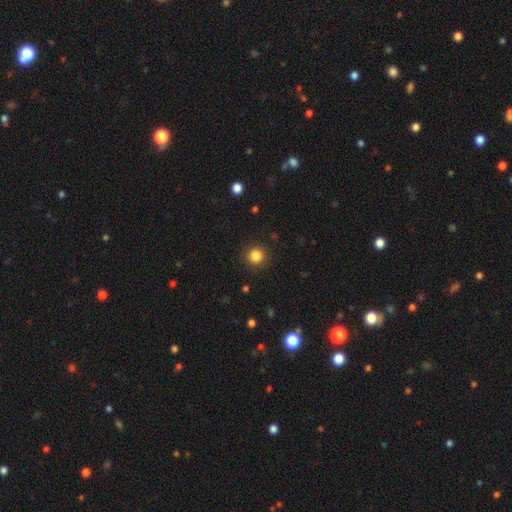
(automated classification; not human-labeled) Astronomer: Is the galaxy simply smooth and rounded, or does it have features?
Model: smooth — 84%.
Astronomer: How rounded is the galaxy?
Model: round — 94%.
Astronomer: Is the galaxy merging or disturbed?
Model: none — 91%.